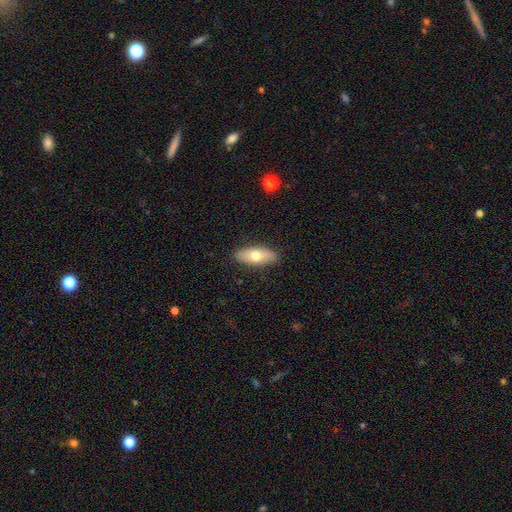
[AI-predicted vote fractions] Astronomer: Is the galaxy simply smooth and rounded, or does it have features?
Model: smooth — 69%.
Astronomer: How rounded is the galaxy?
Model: in between — 77%.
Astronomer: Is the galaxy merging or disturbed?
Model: none — 87%.